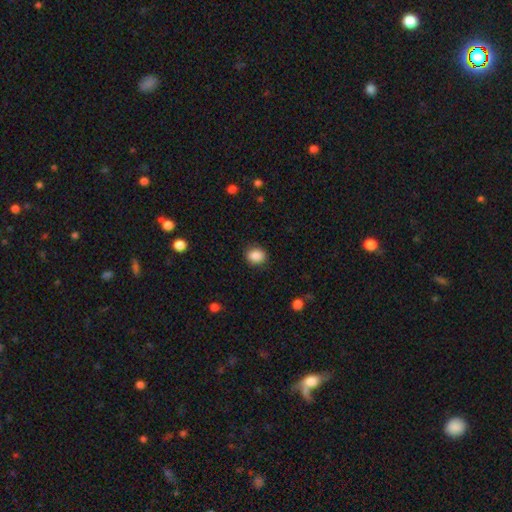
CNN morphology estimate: Smooth or featured? Predicted: smooth (p=0.89). How rounded? Predicted: round (p=0.55). Merging? Predicted: none (p=0.86).